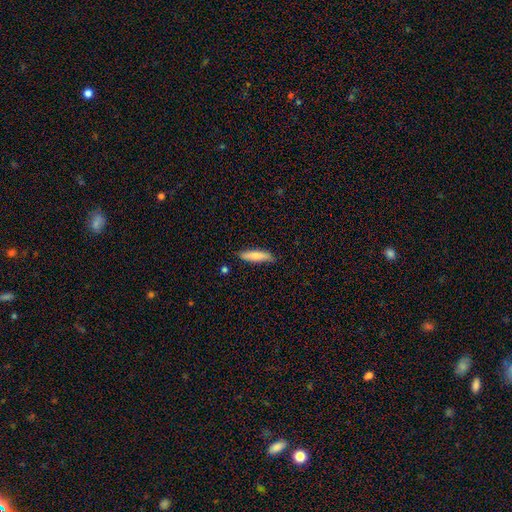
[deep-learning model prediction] A smooth galaxy with no disk features (77%) that is cigar-shaped (75%).

Vote fractions:
- Smooth or featured? smooth: 77% / featured or disk: 17% / star or artifact: 6%
- How rounded? cigar-shaped: 75% / in between: 23% / round: 1%
- Merging? none: 83% / minor disturbance: 13% / major disturbance: 2% / merger: 2%